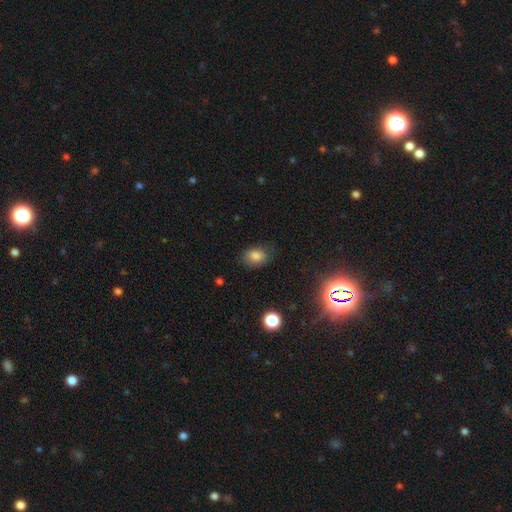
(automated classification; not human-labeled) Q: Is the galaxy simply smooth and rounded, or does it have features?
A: smooth — 82%.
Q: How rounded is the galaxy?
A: in between — 74%.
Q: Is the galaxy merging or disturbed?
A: none — 76%.